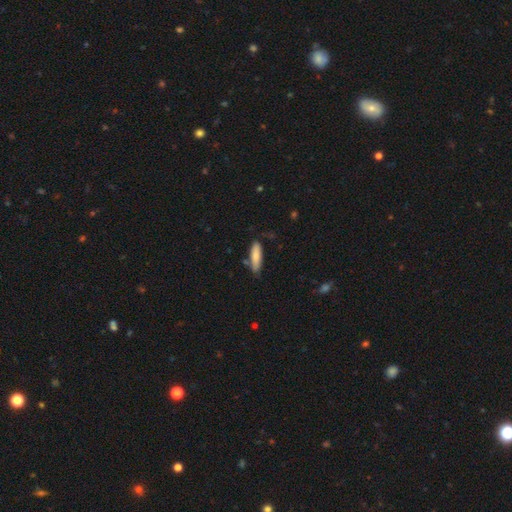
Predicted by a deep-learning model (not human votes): smooth-or-featured: smooth: 81% | featured or disk: 13% | star or artifact: 6%
  how-rounded: cigar-shaped: 64% | in between: 35% | round: 1%
  merging: none: 75% | minor disturbance: 18% | merger: 4% | major disturbance: 3%